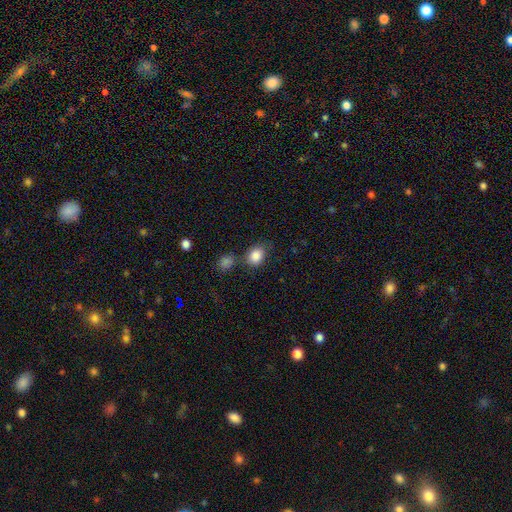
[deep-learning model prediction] smooth 85%, star or artifact 9%, featured or disk 6%. Down the decision tree: how rounded — in between (51%); merging — none (65%).